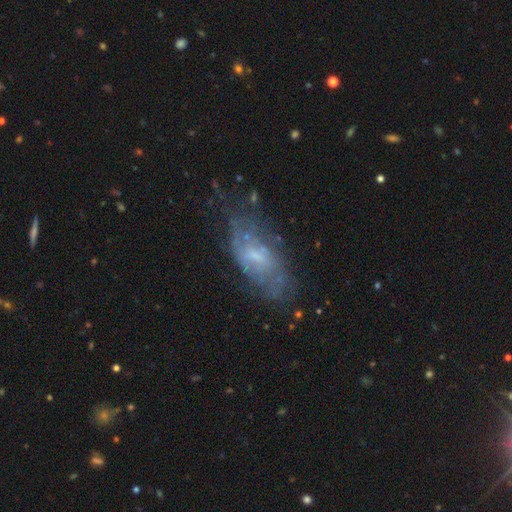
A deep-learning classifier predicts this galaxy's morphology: Smooth or featured? Predicted: featured or disk (p=0.57). Edge-on disk? Predicted: no (p=0.87). Merging? Predicted: none (p=0.56).